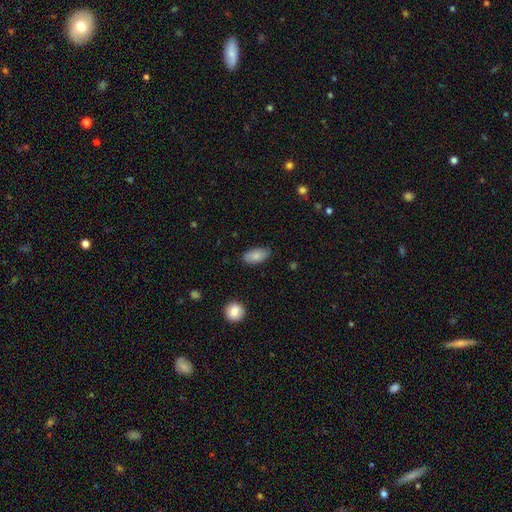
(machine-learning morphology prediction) smooth 84%, featured or disk 9%, star or artifact 7%. Down the decision tree: how rounded — in between (93%); merging — none (82%).